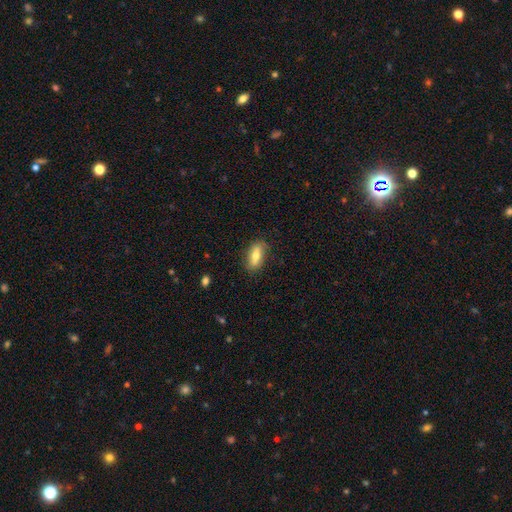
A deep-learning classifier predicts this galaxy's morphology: Smooth or featured?
  - smooth: 65% *
  - featured or disk: 28%
  - star or artifact: 7%
How rounded?
  - in between: 75% *
  - cigar-shaped: 20%
  - round: 5%
Merging?
  - none: 81% *
  - minor disturbance: 14%
  - major disturbance: 3%
  - merger: 1%